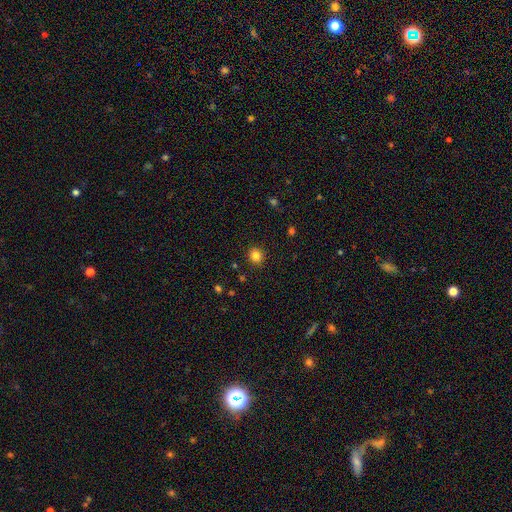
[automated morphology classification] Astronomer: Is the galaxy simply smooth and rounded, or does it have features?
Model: smooth — 83%.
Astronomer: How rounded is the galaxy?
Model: round — 85%.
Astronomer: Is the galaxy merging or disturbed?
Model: none — 90%.